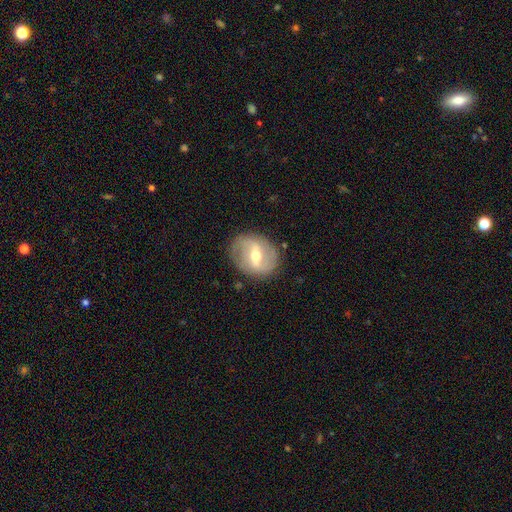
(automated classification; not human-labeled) Smooth or featured?
  - featured or disk: 72% *
  - smooth: 22%
  - star or artifact: 6%
Edge-on disk?
  - no: 95% *
  - yes: 5%
Bar?
  - strong: 45% *
  - weak: 43%
  - no: 13%
Spiral arms?
  - yes: 70% *
  - no: 30%
Bulge size?
  - moderate: 67% *
  - small: 26%
  - large: 5%
  - none: 1%
  - dominant: 1%
Merging?
  - none: 81% *
  - minor disturbance: 13%
  - major disturbance: 5%
  - merger: 1%